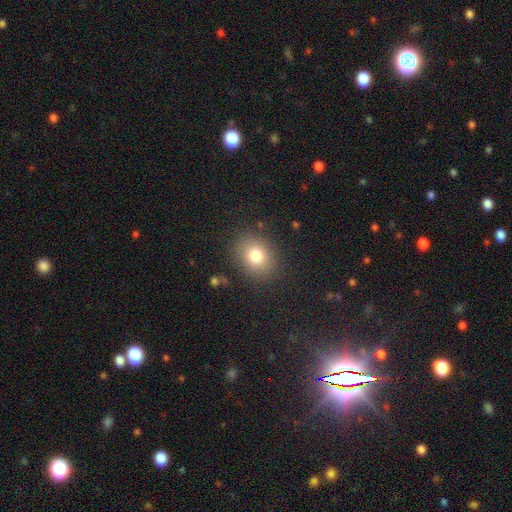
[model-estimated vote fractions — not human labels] Smooth or featured: smooth — 79% (star or artifact — 11%)
How rounded: round — 51% (in between — 48%)
Merging: none — 85% (minor disturbance — 10%)